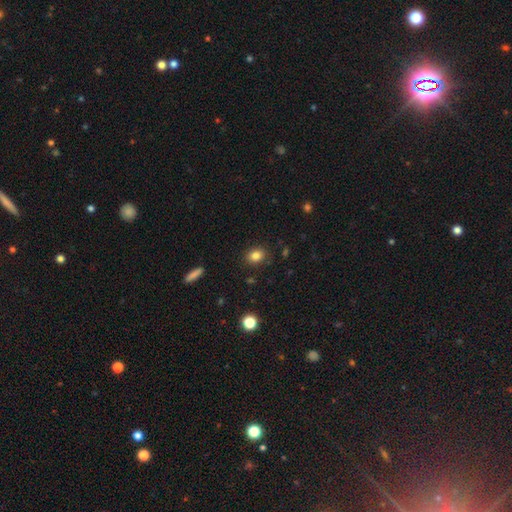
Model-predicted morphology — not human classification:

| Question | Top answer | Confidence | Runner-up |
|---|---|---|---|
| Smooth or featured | smooth | 84% | star or artifact (11%) |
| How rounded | in between | 56% | round (43%) |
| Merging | none | 87% | minor disturbance (9%) |